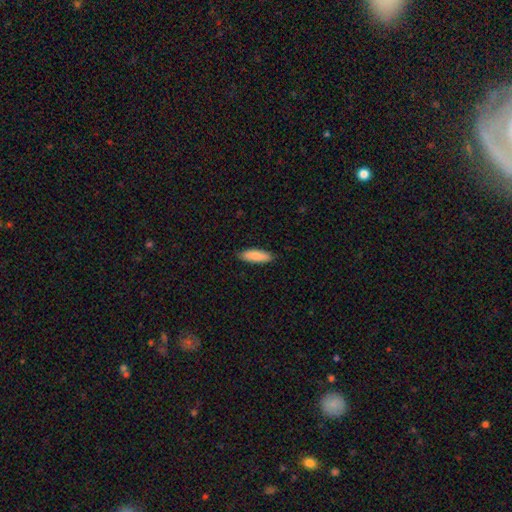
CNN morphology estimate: This is clearly a smooth galaxy (88%). How rounded: possibly in between (53%). Merging: clearly none (86%).